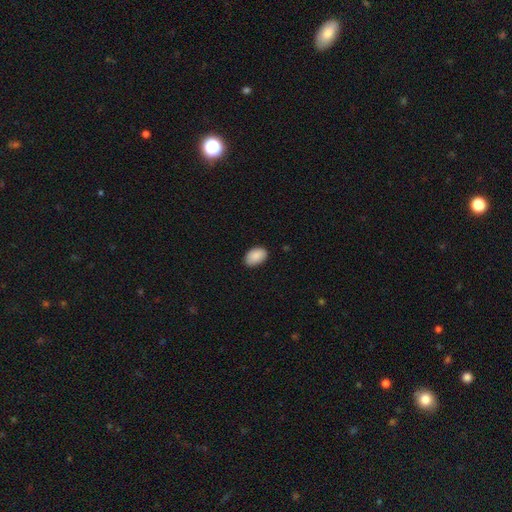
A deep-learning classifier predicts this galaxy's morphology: This is clearly a smooth galaxy (90%). How rounded: clearly in between (90%). Merging: clearly none (86%).